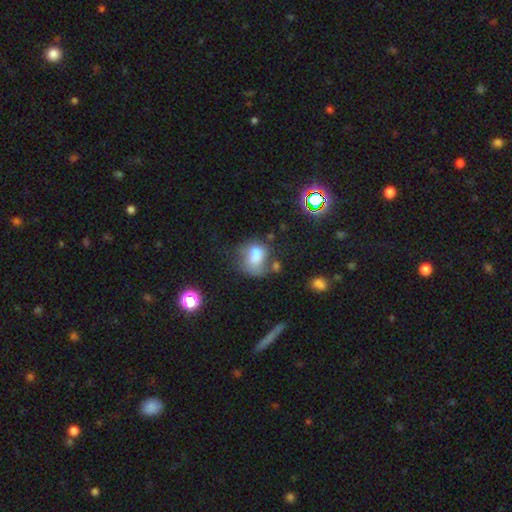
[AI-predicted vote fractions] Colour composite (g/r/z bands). It shows a smooth galaxy with no disk features (62%) that is in between round and cigar-shaped (55%). Merging: merger (28%).